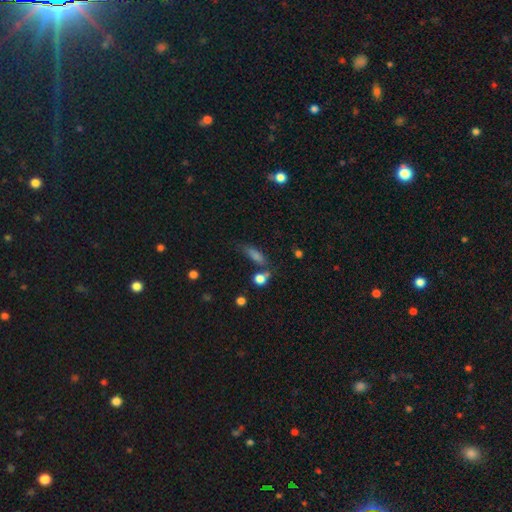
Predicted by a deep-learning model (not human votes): Smooth or featured?
  - smooth: 65% *
  - star or artifact: 19%
  - featured or disk: 16%
How rounded?
  - cigar-shaped: 46% * (tied)
  - in between: 46% * (tied)
  - round: 8%
Merging?
  - none: 60% *
  - minor disturbance: 19%
  - merger: 12%
  - major disturbance: 9%